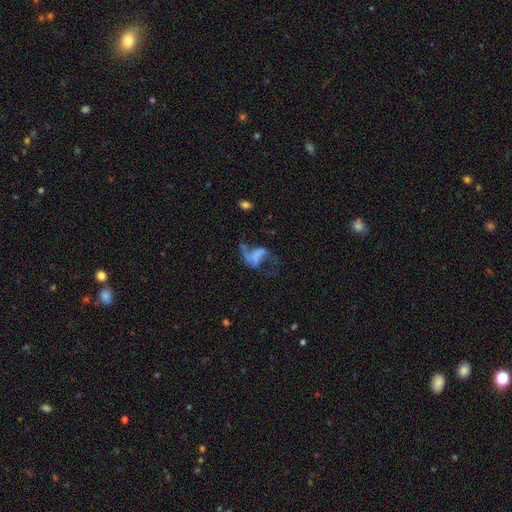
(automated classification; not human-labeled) Smooth or featured: featured or disk — 58% (smooth — 27%)
Edge-on disk: no — 97% (yes — 3%)
Bar: no — 65% (weak — 22%)
Spiral arms: yes — 54% (no — 46%)
Bulge size: none — 75% (small — 10%)
Merging: major disturbance — 45% (none — 28%)